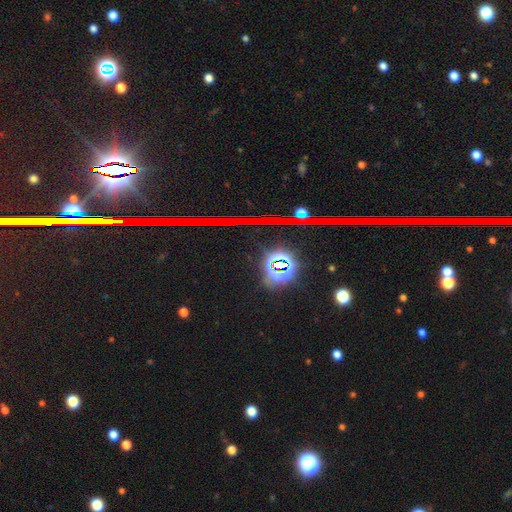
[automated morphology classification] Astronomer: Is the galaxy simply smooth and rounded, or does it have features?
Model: star or artifact — 80%.